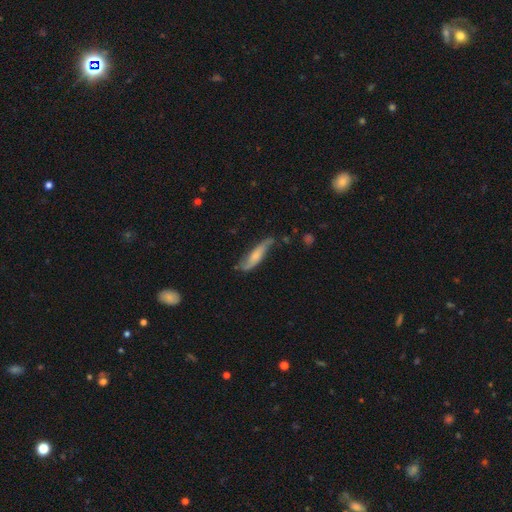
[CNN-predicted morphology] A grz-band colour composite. It shows a featured or disk galaxy (50%). Merging: none (60%).